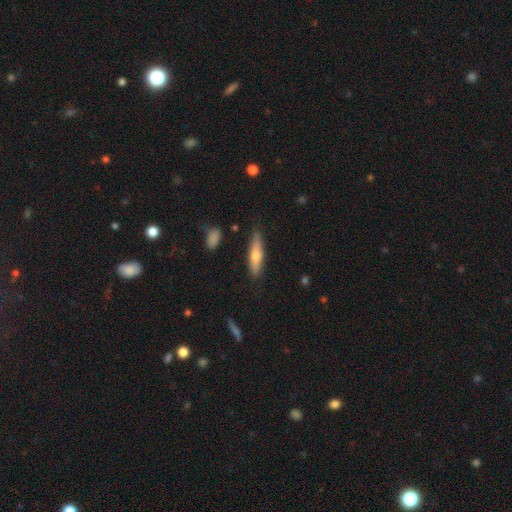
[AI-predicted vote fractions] Q: Smooth or featured?
A: smooth (61%); runner-up: featured or disk (33%)
Q: How rounded?
A: cigar-shaped (75%); runner-up: in between (23%)
Q: Merging?
A: none (82%); runner-up: minor disturbance (13%)